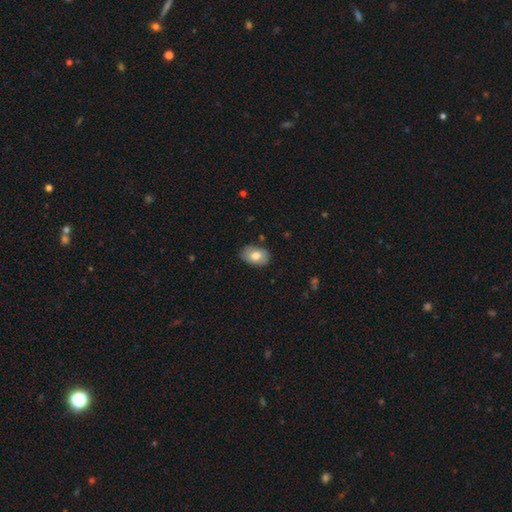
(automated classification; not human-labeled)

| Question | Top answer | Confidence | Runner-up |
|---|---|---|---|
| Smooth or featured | smooth | 76% | featured or disk (18%) |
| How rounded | in between | 86% | round (13%) |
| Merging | none | 82% | minor disturbance (14%) |